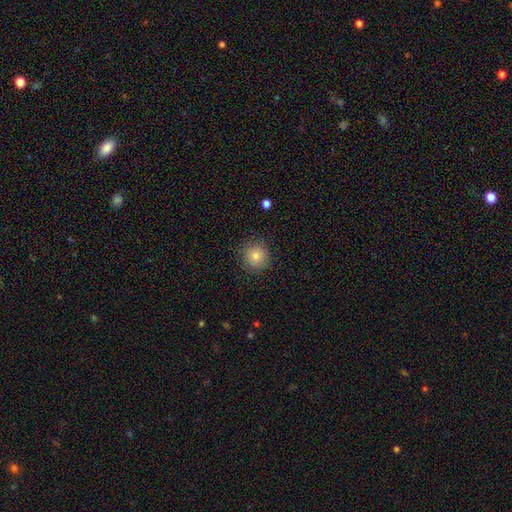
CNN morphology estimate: Overall: smooth (80%). How rounded: round (94%). Merging: none (90%).